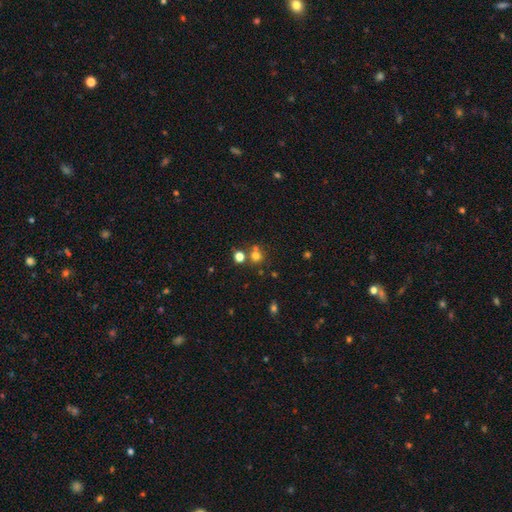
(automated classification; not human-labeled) Overall: smooth (66%). How rounded: round (86%). Merging: none (59%; merger 30%).